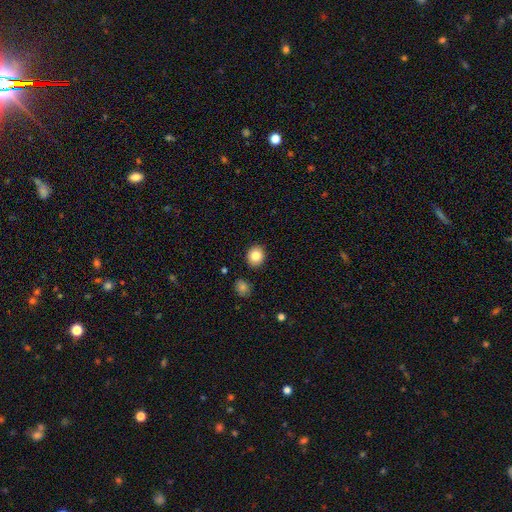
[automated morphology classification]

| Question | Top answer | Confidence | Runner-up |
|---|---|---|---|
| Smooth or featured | smooth | 83% | star or artifact (9%) |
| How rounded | round | 73% | in between (26%) |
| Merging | none | 90% | minor disturbance (7%) |